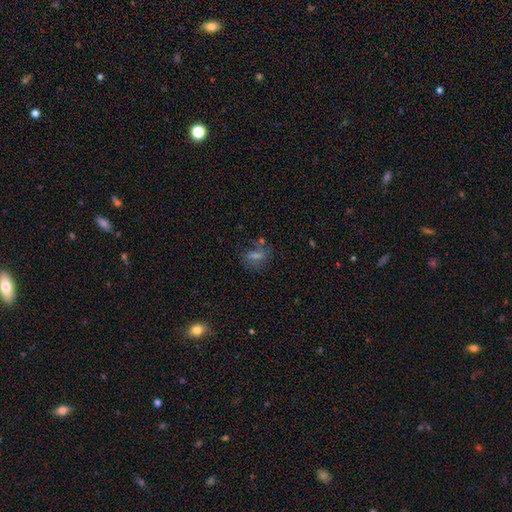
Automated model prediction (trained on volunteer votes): A smooth galaxy with no disk features (38%). Merging: none (69%).